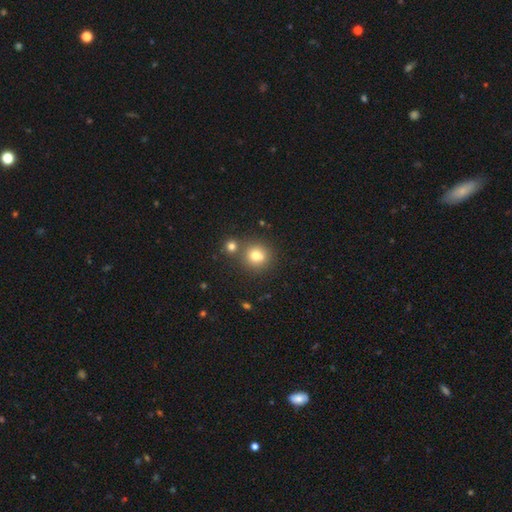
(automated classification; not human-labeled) smooth 75%, star or artifact 14%, featured or disk 11%. Down the decision tree: how rounded — round (88%); merging — none (68%).